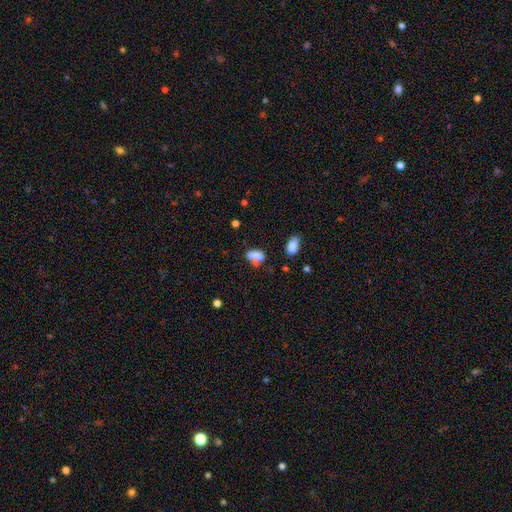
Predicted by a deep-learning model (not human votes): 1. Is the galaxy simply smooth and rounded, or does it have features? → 76% smooth, 13% featured or disk, 11% star or artifact.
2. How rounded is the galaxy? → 83% in between, 13% round, 4% cigar-shaped.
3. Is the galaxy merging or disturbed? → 39% none, 27% minor disturbance, 19% merger, 15% major disturbance.